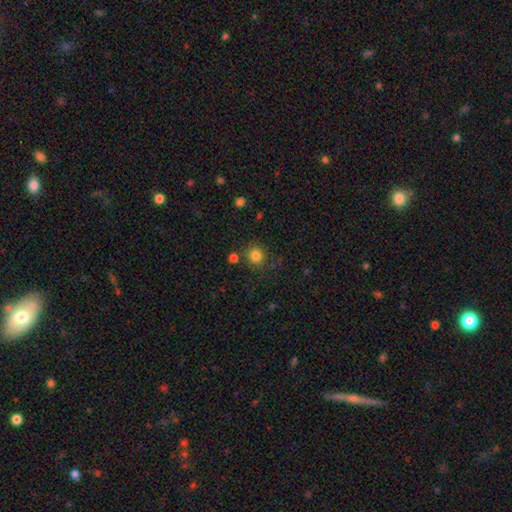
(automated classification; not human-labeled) smooth-or-featured: smooth: 82% | star or artifact: 13% | featured or disk: 5%
  how-rounded: round: 89% | in between: 10% | cigar-shaped: 1%
  merging: none: 80% | minor disturbance: 10% | merger: 6% | major disturbance: 4%